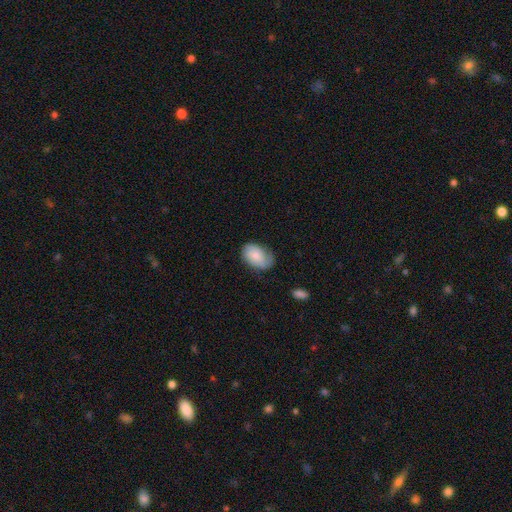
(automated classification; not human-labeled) Smooth or featured? smooth (70%)
How rounded? in between (87%)
Merging? none (61%)